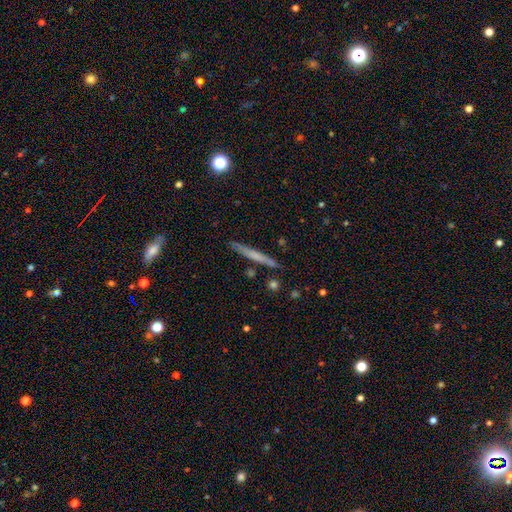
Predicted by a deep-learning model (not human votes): Smooth or featured?
  - smooth: 49% *
  - featured or disk: 44%
  - star or artifact: 7%
Merging?
  - none: 88% *
  - minor disturbance: 8%
  - merger: 2%
  - major disturbance: 2%